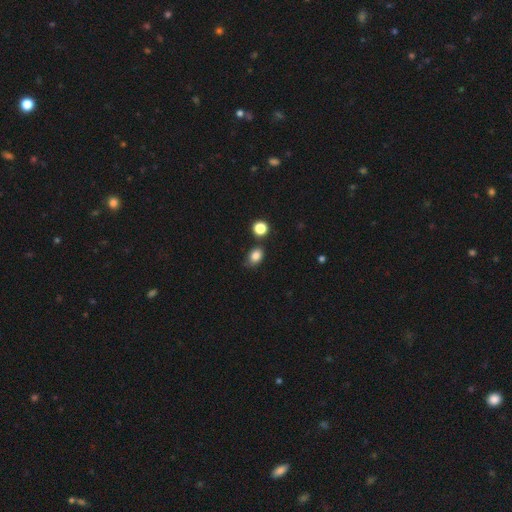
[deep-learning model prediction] Morphology: type=smooth (84%); roundness=in between (69%); merging=none (72%).